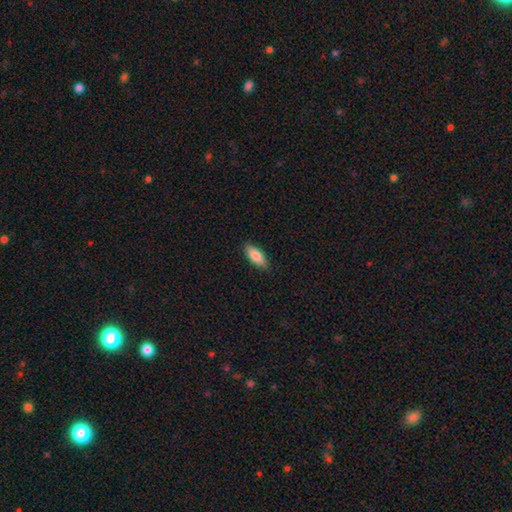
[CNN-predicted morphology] Smooth or featured: smooth — 82% (featured or disk — 12%)
How rounded: in between — 76% (cigar-shaped — 22%)
Merging: none — 88% (minor disturbance — 10%)